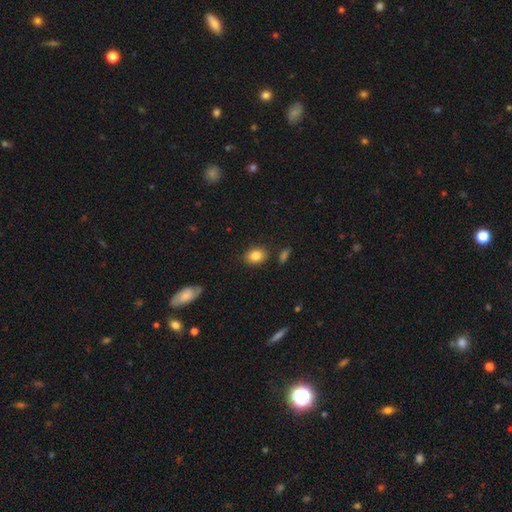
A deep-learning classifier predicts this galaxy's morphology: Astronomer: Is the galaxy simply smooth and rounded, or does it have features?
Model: smooth — 84%.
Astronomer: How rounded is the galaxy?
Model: in between — 62%.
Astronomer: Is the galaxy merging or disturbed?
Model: none — 85%.